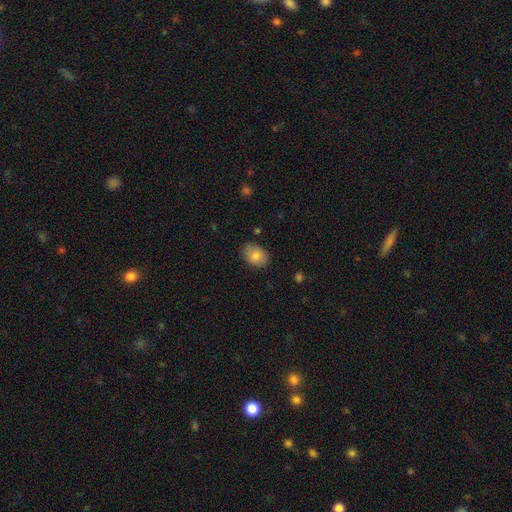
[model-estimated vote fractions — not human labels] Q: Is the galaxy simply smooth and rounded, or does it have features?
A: smooth — 83%.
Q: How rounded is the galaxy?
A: in between — 74%.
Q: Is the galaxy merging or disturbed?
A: none — 82%.